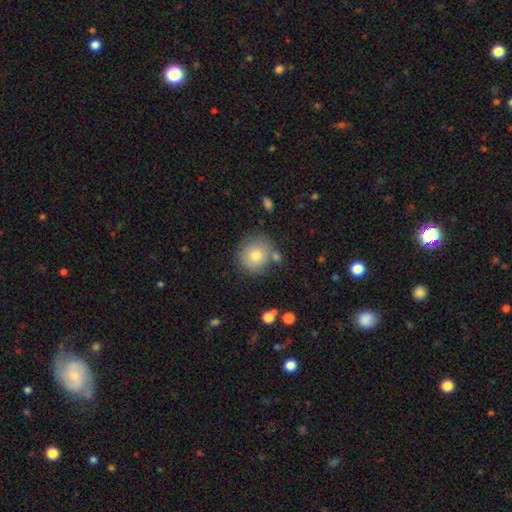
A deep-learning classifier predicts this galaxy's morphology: Smooth or featured? Predicted: smooth (p=0.76). How rounded? Predicted: round (p=0.91). Merging? Predicted: none (p=0.74).